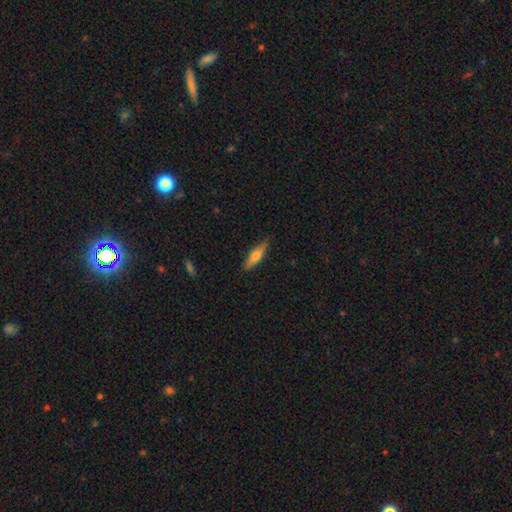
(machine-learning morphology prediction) smooth-or-featured: smooth: 63% | featured or disk: 31% | star or artifact: 6%
  how-rounded: cigar-shaped: 63% | in between: 35% | round: 2%
  merging: none: 82% | minor disturbance: 14% | major disturbance: 2% | merger: 1%